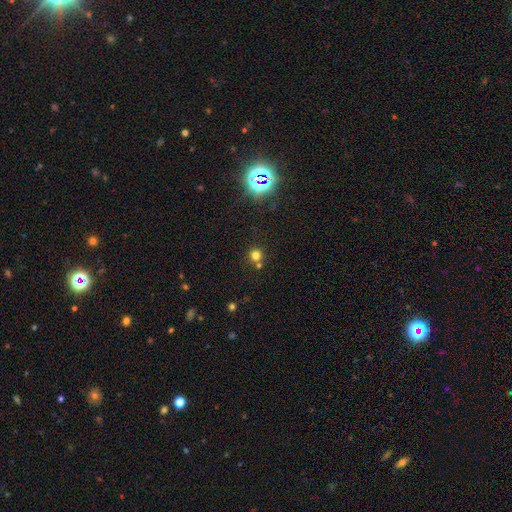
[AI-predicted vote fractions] A smooth galaxy with no disk features (71%) that is round (93%). Merging: none (74%).